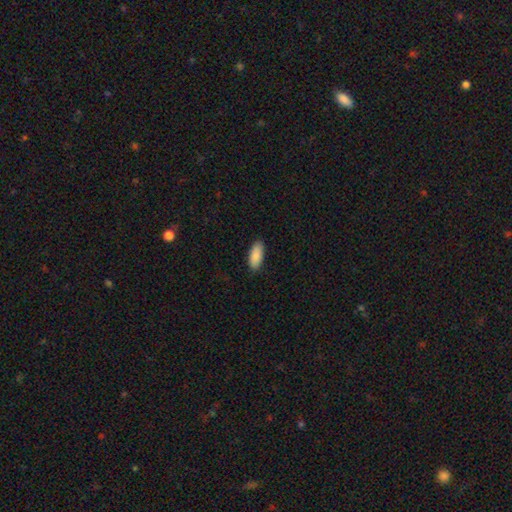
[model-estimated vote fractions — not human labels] Smooth or featured? smooth (90%)
How rounded? in between (84%)
Merging? none (88%)